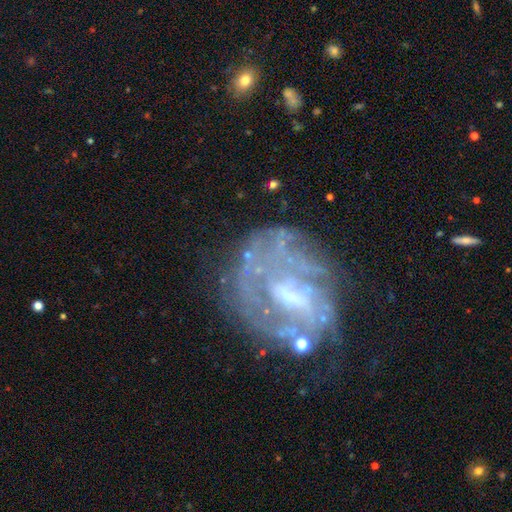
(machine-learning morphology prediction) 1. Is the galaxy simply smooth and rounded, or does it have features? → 75% featured or disk, 14% smooth, 12% star or artifact.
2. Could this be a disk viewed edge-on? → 97% no, 3% yes.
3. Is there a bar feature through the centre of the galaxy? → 44% weak, 39% no, 17% strong.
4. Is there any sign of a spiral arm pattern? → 60% yes, 40% no.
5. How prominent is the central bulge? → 39% moderate, 32% small, 23% none, 5% large, 1% dominant.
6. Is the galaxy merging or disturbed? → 55% none, 21% minor disturbance, 20% major disturbance, 5% merger.